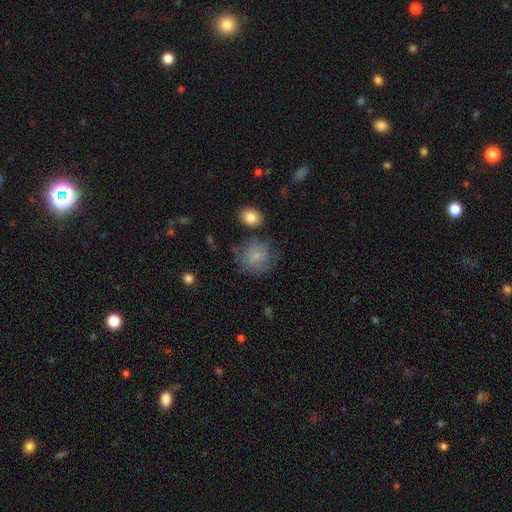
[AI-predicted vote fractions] A smooth galaxy with no disk features (78%) that is round (87%).

Vote fractions:
- Smooth or featured? smooth: 78% / featured or disk: 13% / star or artifact: 9%
- How rounded? round: 87% / in between: 12% / cigar-shaped: 1%
- Merging? none: 64% / minor disturbance: 22% / major disturbance: 10% / merger: 5%